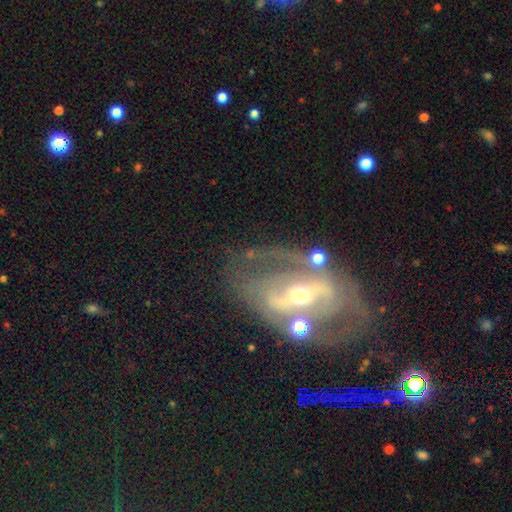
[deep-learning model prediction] Morphology: type=featured or disk (83%); edge-on=no (93%); bar=strong (57%); spiral arms=yes (71%); winding=medium (41%); arm count=2 (67%); bulge=small (51%); merging=none (57%).